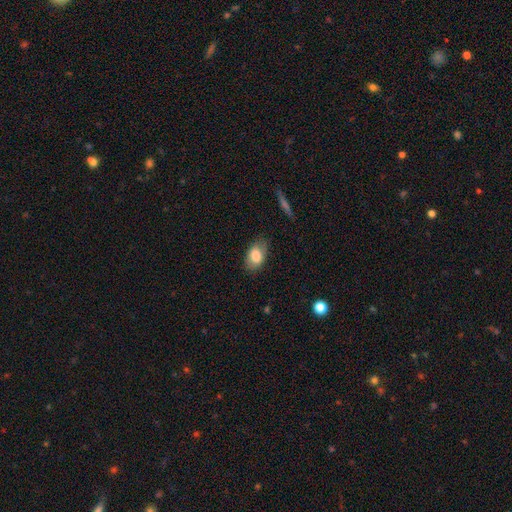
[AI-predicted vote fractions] Overall: smooth (82%). How rounded: in between (89%). Merging: none (79%).